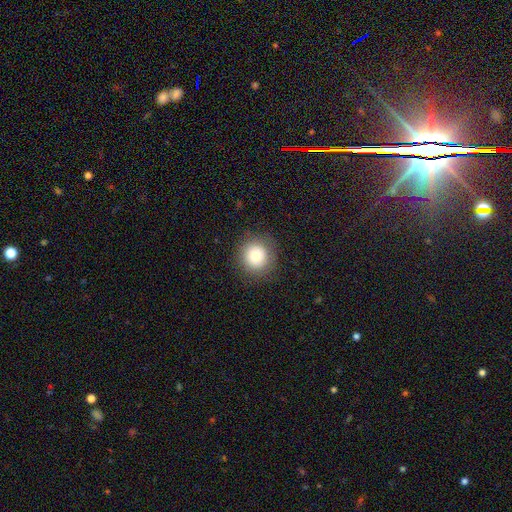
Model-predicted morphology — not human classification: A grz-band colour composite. It shows a smooth galaxy with no disk features (79%) that is round (93%). Merging: none (88%).